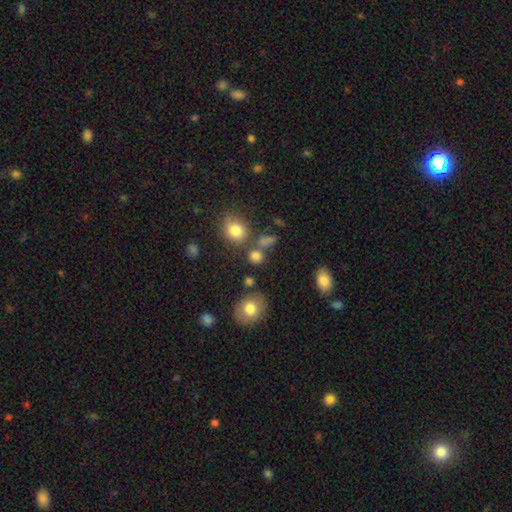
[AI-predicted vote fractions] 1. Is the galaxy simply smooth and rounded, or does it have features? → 78% smooth, 15% star or artifact, 7% featured or disk.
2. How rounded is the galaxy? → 81% round, 18% in between, 2% cigar-shaped.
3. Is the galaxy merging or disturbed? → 64% none, 21% merger, 10% minor disturbance, 5% major disturbance.